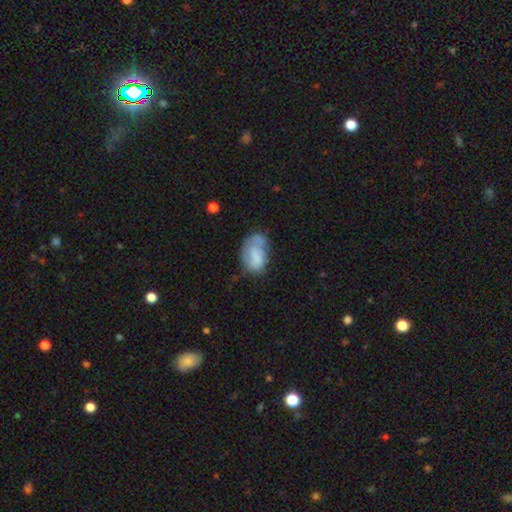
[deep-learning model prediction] This appears to be a smooth galaxy with no disk features (68%) that is in between round and cigar-shaped (88%). Merging: none (40%).